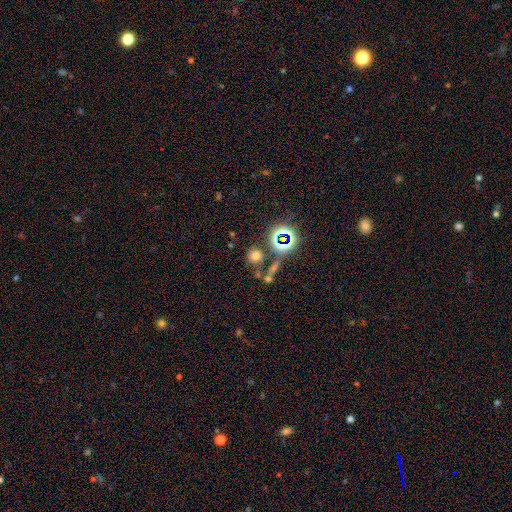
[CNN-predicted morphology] Smooth or featured: smooth — 62% (star or artifact — 29%)
How rounded: round — 87% (in between — 11%)
Merging: none — 72% (merger — 14%)